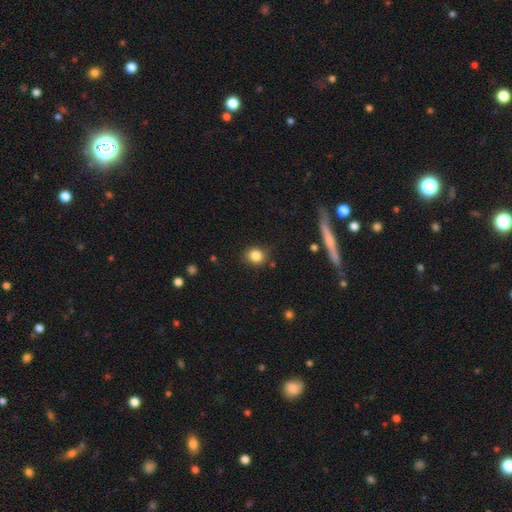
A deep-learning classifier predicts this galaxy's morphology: Overall: smooth (84%). How rounded: round (79%). Merging: none (84%).